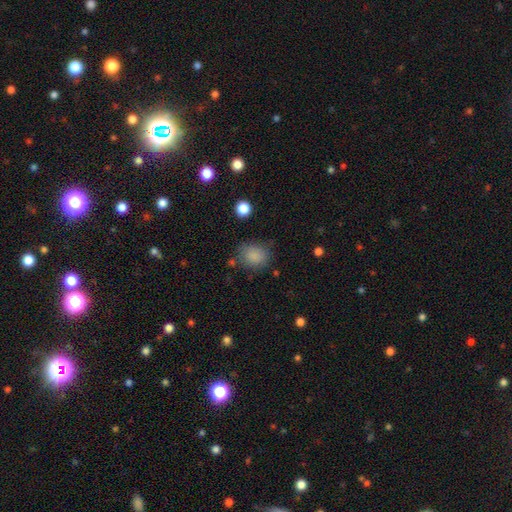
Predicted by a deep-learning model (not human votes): Smooth or featured? Predicted: smooth (p=0.84). How rounded? Predicted: round (p=0.60). Merging? Predicted: none (p=0.71).